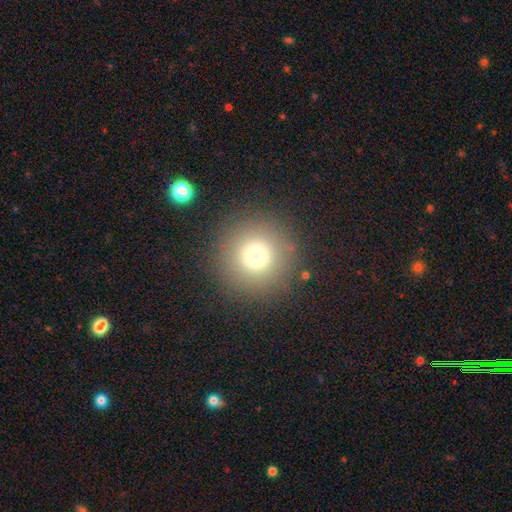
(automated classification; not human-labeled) smooth-or-featured: smooth: 73% | star or artifact: 17% | featured or disk: 10%
  how-rounded: round: 97% | in between: 2% | cigar-shaped: 1%
  merging: none: 89% | minor disturbance: 6% | major disturbance: 3% | merger: 2%